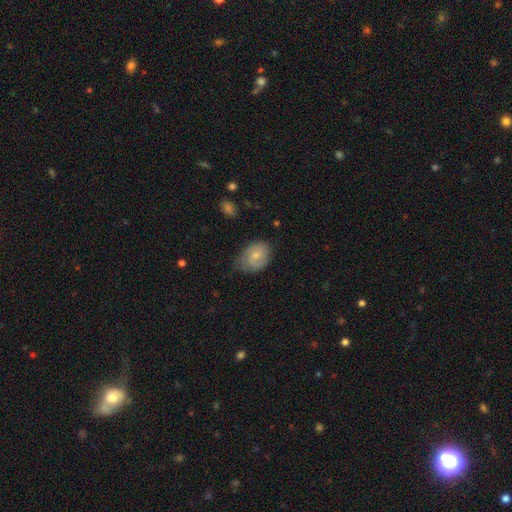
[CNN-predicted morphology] Smooth or featured? Predicted: smooth (p=0.57). How rounded? Predicted: in between (p=0.70). Merging? Predicted: none (p=0.59).